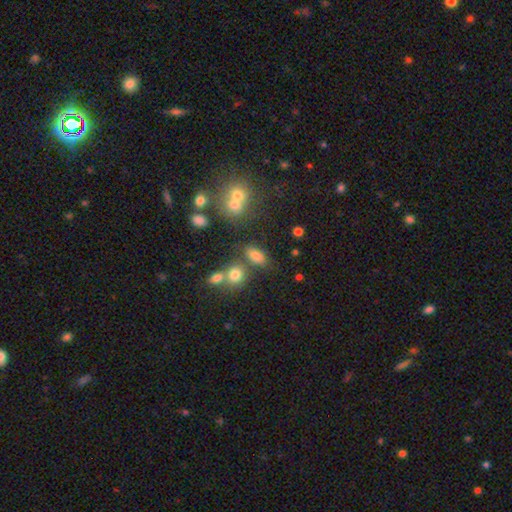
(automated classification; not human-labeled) A smooth galaxy with no disk features (75%) that is in between round and cigar-shaped (82%).

Vote fractions:
- Smooth or featured? smooth: 75% / star or artifact: 16% / featured or disk: 10%
- How rounded? in between: 82% / round: 13% / cigar-shaped: 4%
- Merging? none: 61% / merger: 17% / minor disturbance: 15% / major disturbance: 7%